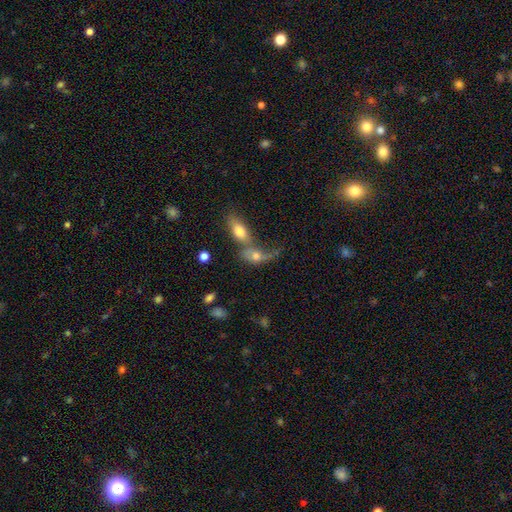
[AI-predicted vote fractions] The model was most divided on "smooth or featured": smooth: 62%, featured or disk: 26%, star or artifact: 12%. More confident: how rounded — in between (75%); merging — merger (57%).